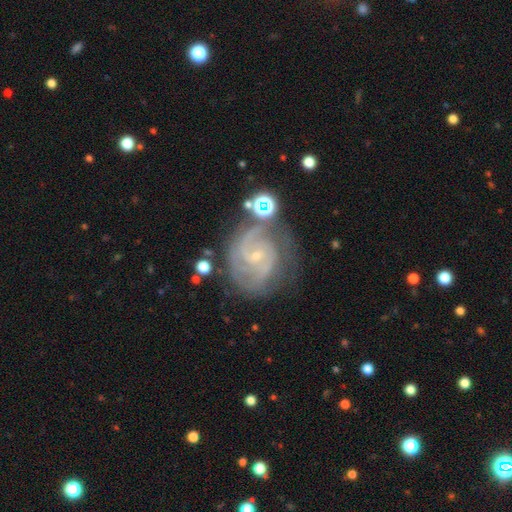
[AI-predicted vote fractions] A featured or disk galaxy (85%) with no bar (55%), 2 (52%) tight (57%) spiral arms (96%) and a small central bulge (83%).

Vote fractions:
- Smooth or featured? featured or disk: 85% / star or artifact: 7% / smooth: 7%
- Edge-on disk? no: 98% / yes: 2%
- Bar? no: 55% / weak: 36% / strong: 9%
- Spiral arms? yes: 96% / no: 4%
- Spiral winding? tight: 57% / medium: 36% / loose: 7%
- Spiral arm count? 2: 52% / can't tell: 19% / 3: 16% / 4: 5% / 1: 4% / more than 4: 4%
- Bulge size? small: 83% / moderate: 13% / none: 3% / large: 1% / dominant: 1%
- Merging? none: 65% / minor disturbance: 19% / major disturbance: 10% / merger: 6%